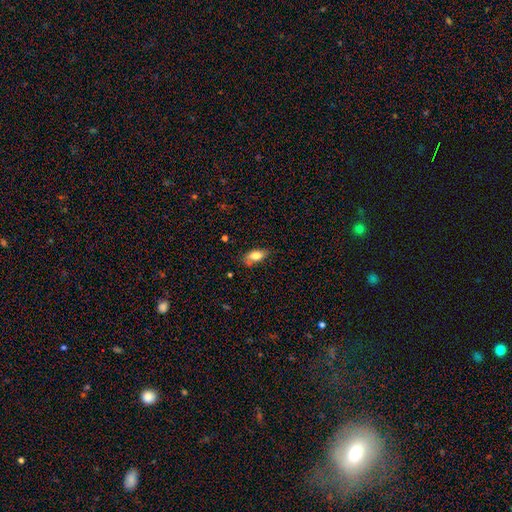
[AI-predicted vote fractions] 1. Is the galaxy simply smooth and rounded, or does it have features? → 80% smooth, 12% featured or disk, 8% star or artifact.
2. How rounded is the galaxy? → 87% in between, 9% cigar-shaped, 4% round.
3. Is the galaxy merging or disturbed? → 68% none, 24% minor disturbance, 5% major disturbance, 2% merger.